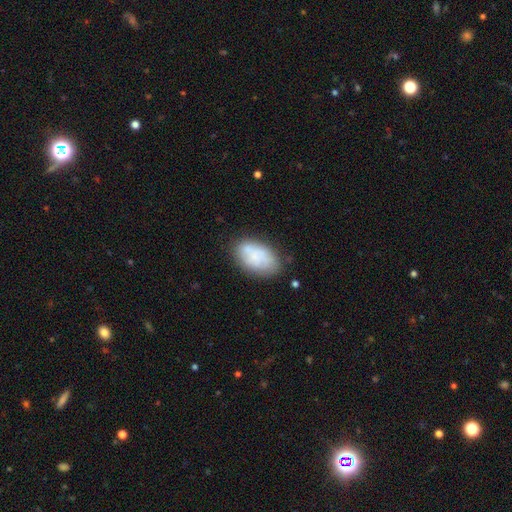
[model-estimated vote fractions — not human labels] A smooth galaxy with no disk features (64%) that is in between round and cigar-shaped (92%).

Vote fractions:
- Smooth or featured? smooth: 64% / featured or disk: 28% / star or artifact: 8%
- How rounded? in between: 92% / round: 7% / cigar-shaped: 2%
- Merging? none: 65% / minor disturbance: 23% / major disturbance: 7% / merger: 5%